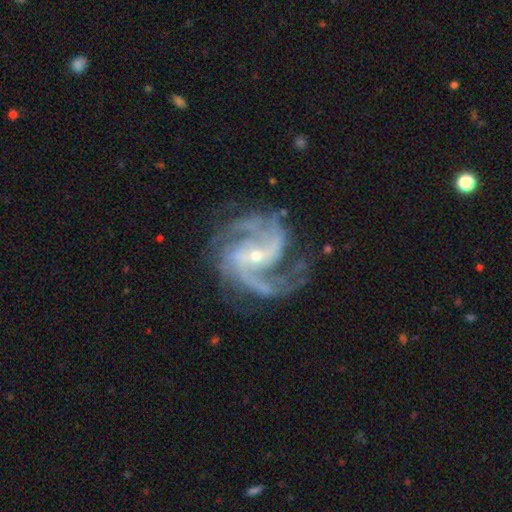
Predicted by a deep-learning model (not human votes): Overall: featured or disk (92%). Edge-on disk: no (98%). Bar: weak (41%; no 38%). Spiral arms: yes (98%). Spiral arm count: 2 (47%; 3 26%). Spiral winding: medium (57%; tight 23%). Bulge size: small (67%; moderate 30%). Merging: none (66%).